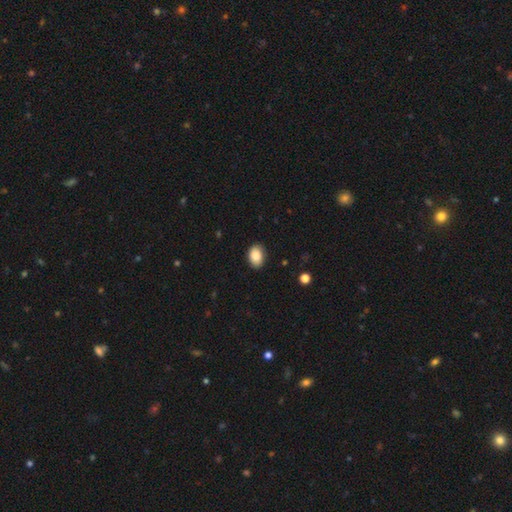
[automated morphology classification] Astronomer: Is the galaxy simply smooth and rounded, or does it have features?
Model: smooth — 88%.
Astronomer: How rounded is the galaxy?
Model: in between — 80%.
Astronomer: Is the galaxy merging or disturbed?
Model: none — 87%.